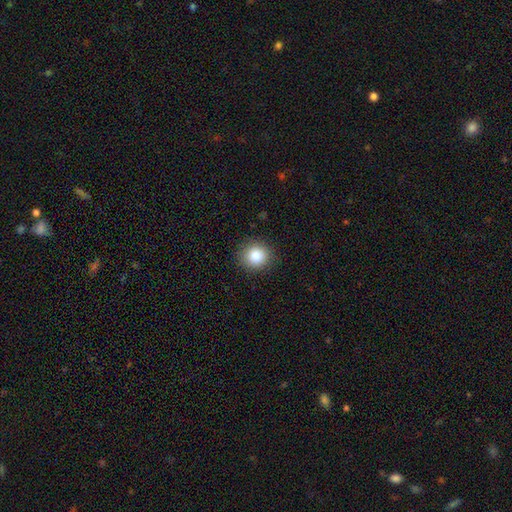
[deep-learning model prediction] The model was most divided on "smooth or featured": smooth: 84%, star or artifact: 10%, featured or disk: 6%. More confident: merging — none (90%); how rounded — round (90%).